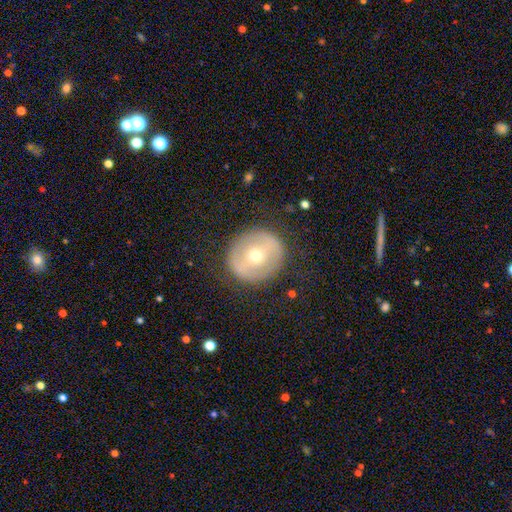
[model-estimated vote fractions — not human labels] Morphology: type=featured or disk (53%); edge-on=no (94%); merging=none (85%).